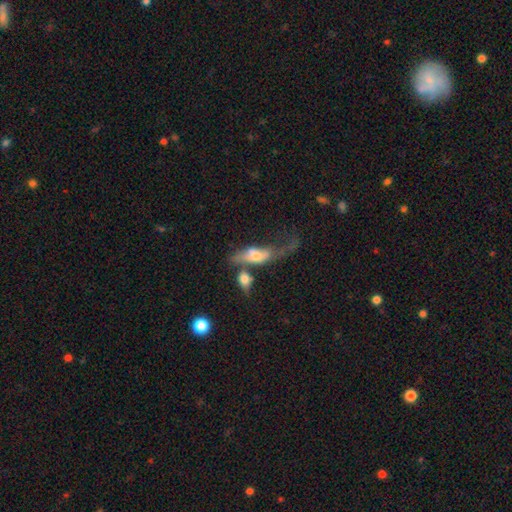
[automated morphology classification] Overall: smooth (46%; featured or disk 45%). Merging: merger (39%; major disturbance 29%).